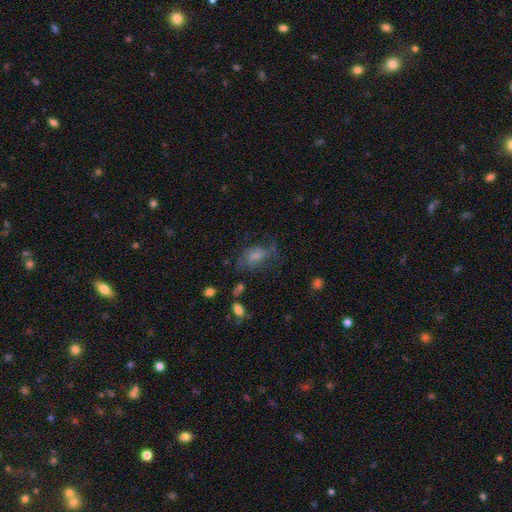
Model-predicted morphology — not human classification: Overall: featured or disk (46%; smooth 32%). Merging: none (51%; major disturbance 24%).